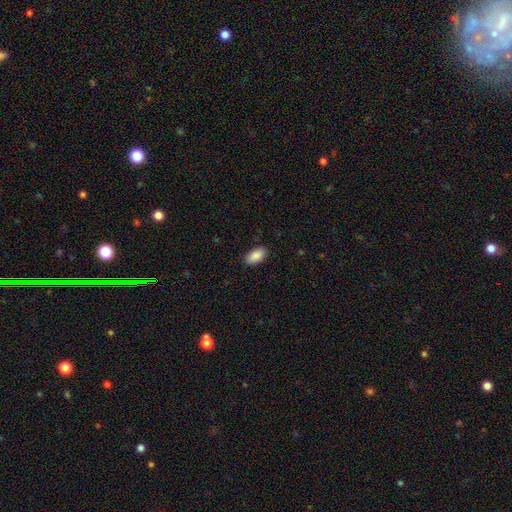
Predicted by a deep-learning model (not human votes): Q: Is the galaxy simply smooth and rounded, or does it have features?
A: smooth — 89%.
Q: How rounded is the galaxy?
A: in between — 94%.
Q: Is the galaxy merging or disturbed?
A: none — 89%.